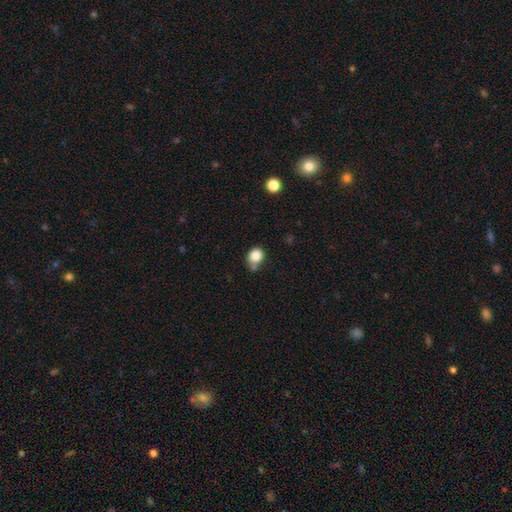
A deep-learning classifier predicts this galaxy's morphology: Smooth or featured?
  - smooth: 84% *
  - star or artifact: 10%
  - featured or disk: 6%
How rounded?
  - round: 67% *
  - in between: 32%
  - cigar-shaped: 1%
Merging?
  - none: 51% *
  - minor disturbance: 26%
  - merger: 15%
  - major disturbance: 8%